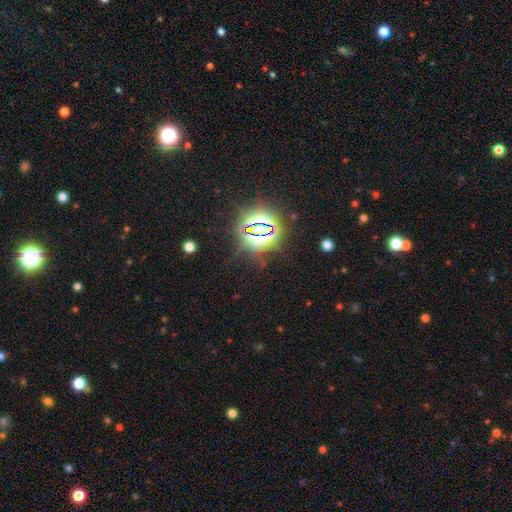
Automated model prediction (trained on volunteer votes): Morphology: type=star or artifact (83%).